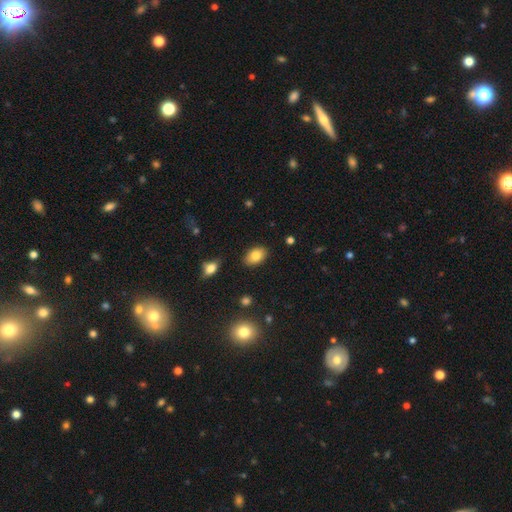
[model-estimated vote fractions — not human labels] Smooth or featured?
  - smooth: 83% *
  - star or artifact: 9%
  - featured or disk: 8%
How rounded?
  - in between: 87% *
  - round: 12%
  - cigar-shaped: 1%
Merging?
  - none: 86% *
  - minor disturbance: 10%
  - major disturbance: 2%
  - merger: 2%